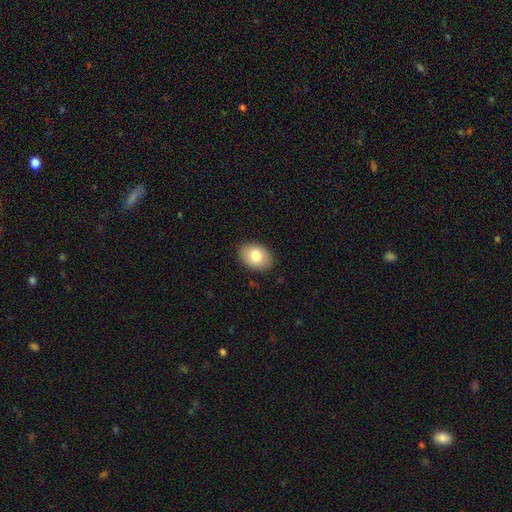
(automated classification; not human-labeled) Smooth or featured: smooth — 79% (featured or disk — 13%)
How rounded: in between — 81% (round — 18%)
Merging: none — 87% (minor disturbance — 10%)